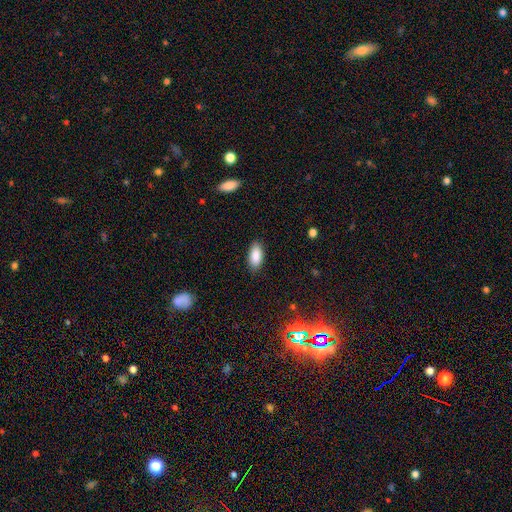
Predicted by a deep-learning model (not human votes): Smooth or featured?
  - smooth: 87% *
  - star or artifact: 7%
  - featured or disk: 6%
How rounded?
  - in between: 92% *
  - cigar-shaped: 6%
  - round: 2%
Merging?
  - none: 87% *
  - minor disturbance: 10%
  - major disturbance: 2%
  - merger: 1%